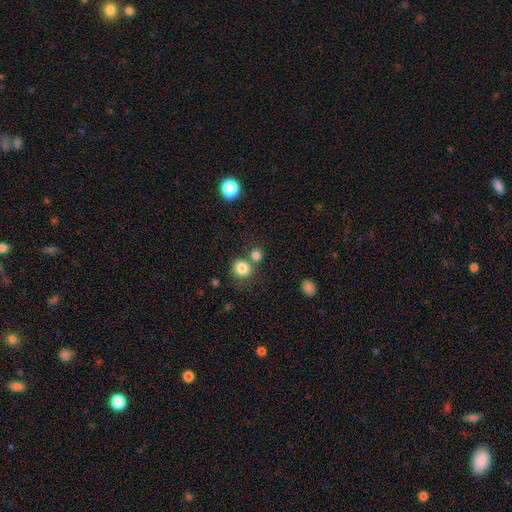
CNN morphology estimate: A smooth galaxy with no disk features (81%) that is round (84%). Merging: none (57%).